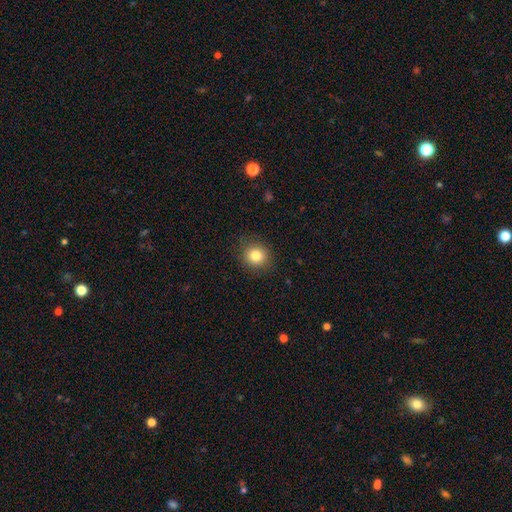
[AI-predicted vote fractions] smooth-or-featured: smooth: 82% | star or artifact: 11% | featured or disk: 6%
  how-rounded: round: 87% | in between: 12% | cigar-shaped: 1%
  merging: none: 89% | minor disturbance: 8% | major disturbance: 3% | merger: 1%